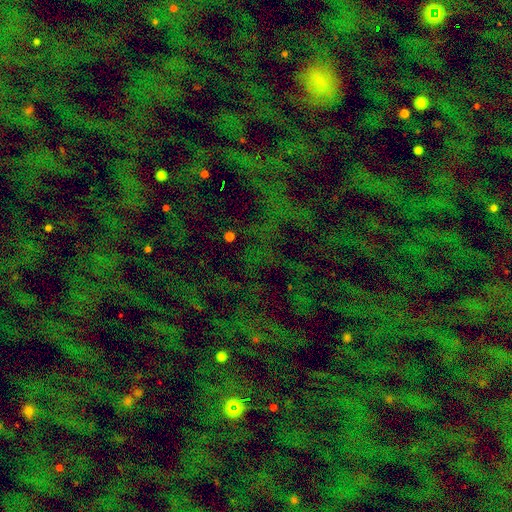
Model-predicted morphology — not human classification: A star or artifact, not a galaxy (72%).

Vote fractions:
- Smooth or featured? star or artifact: 72% / smooth: 18% / featured or disk: 10%